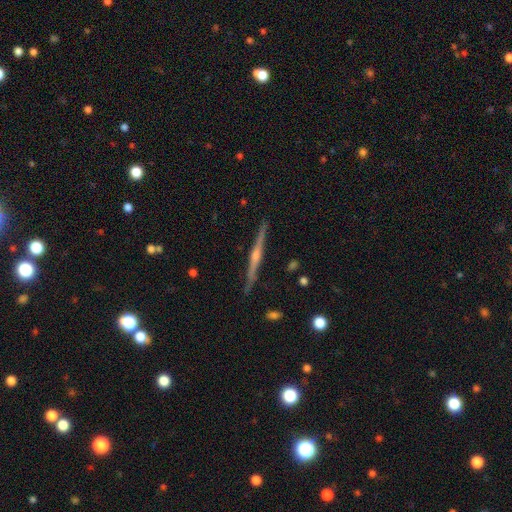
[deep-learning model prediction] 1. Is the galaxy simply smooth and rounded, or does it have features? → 82% featured or disk, 13% smooth, 5% star or artifact.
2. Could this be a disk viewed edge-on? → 98% yes, 2% no.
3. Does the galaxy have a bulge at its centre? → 81% rounded, 11% none, 8% boxy.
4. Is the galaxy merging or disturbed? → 90% none, 7% minor disturbance, 1% major disturbance, 1% merger.